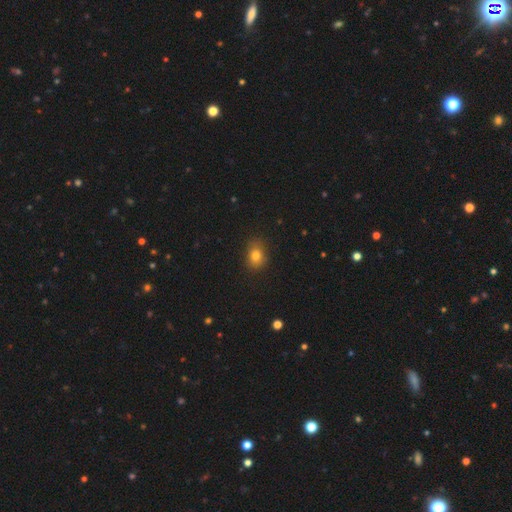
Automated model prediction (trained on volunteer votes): Smooth or featured? smooth (79%)
How rounded? in between (53%)
Merging? none (82%)